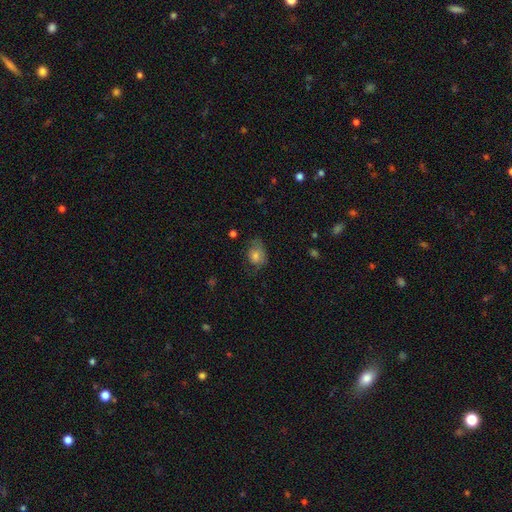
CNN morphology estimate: smooth-or-featured: smooth: 72% | featured or disk: 17% | star or artifact: 11%
  how-rounded: in between: 56% | round: 43% | cigar-shaped: 1%
  merging: none: 51% | minor disturbance: 30% | major disturbance: 17% | merger: 2%